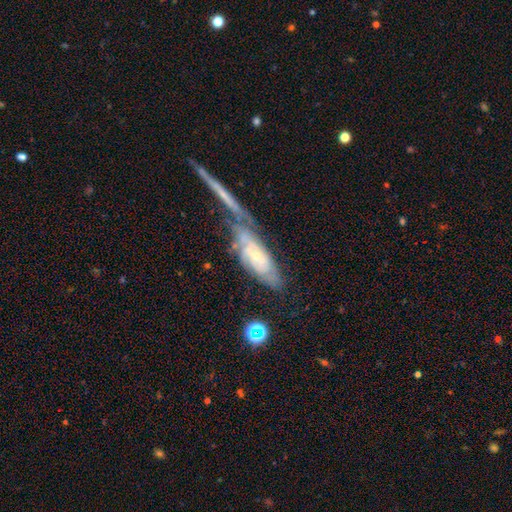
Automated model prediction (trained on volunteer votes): Overall: featured or disk (70%). Edge-on disk: no (83%). Bar: no (66%; weak 26%). Spiral arms: yes (84%). Bulge size: small (69%). Merging: none (36%; merger 35%).